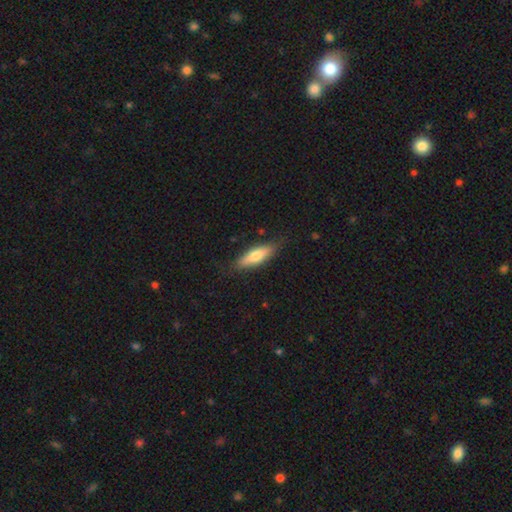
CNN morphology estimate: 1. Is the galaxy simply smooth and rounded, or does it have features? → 66% smooth, 28% featured or disk, 6% star or artifact.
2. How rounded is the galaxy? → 55% cigar-shaped, 43% in between, 2% round.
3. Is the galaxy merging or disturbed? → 81% none, 15% minor disturbance, 3% major disturbance, 1% merger.